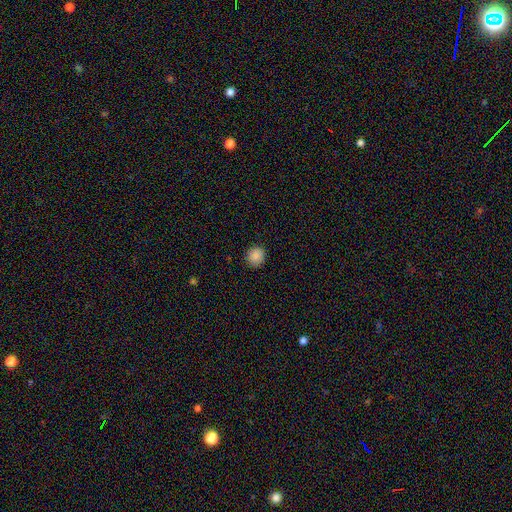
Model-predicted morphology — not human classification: The model was most divided on "how rounded": round: 86%, in between: 13%, cigar-shaped: 1%. More confident: merging — none (88%); smooth or featured — smooth (87%).